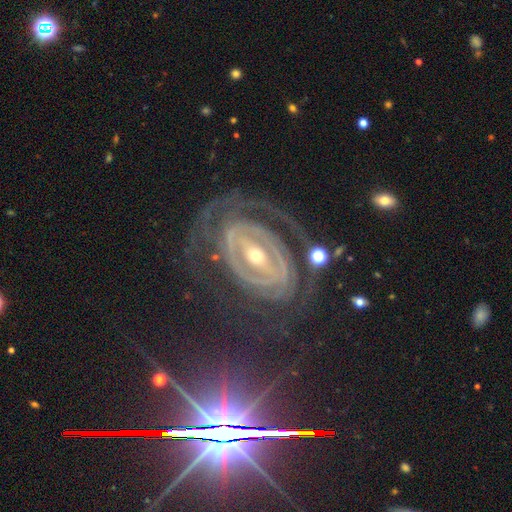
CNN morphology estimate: Smooth or featured? featured or disk (83%)
Edge-on disk? no (93%)
Bar? strong (53%)
Spiral arms? yes (83%)
Spiral winding? tight (66%)
Spiral arm count? 2 (45%)
Bulge size? small (52%)
Merging? none (66%)